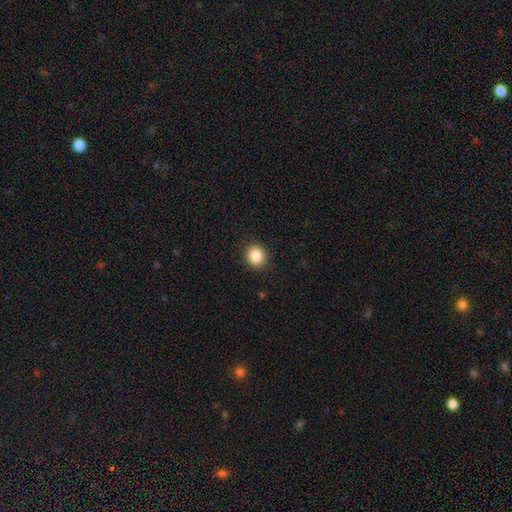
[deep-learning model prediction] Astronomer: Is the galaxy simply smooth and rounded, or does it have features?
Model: smooth — 87%.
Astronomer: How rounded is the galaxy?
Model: round — 81%.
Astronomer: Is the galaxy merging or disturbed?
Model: none — 90%.